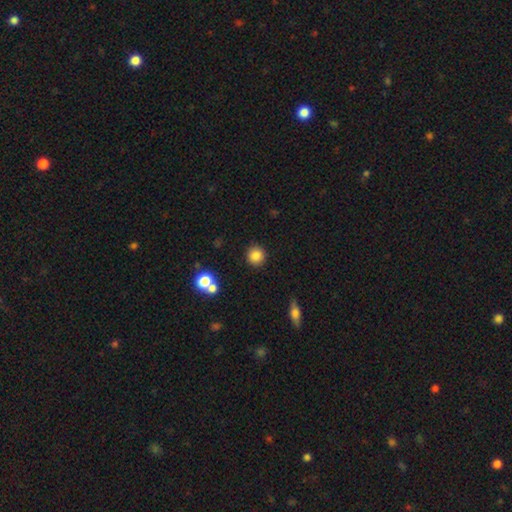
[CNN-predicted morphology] Smooth or featured? Predicted: smooth (p=0.85). How rounded? Predicted: round (p=0.93). Merging? Predicted: none (p=0.88).